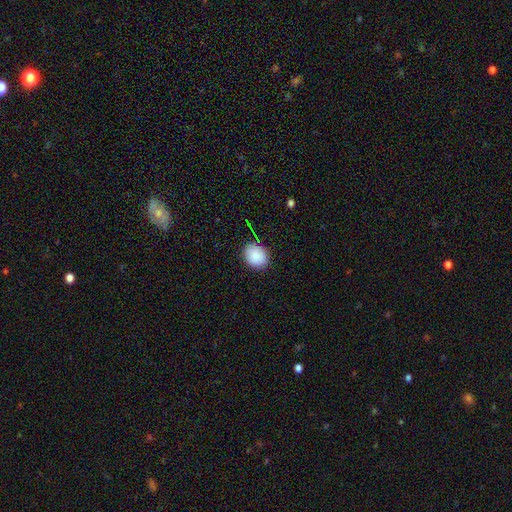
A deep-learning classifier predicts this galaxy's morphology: A smooth galaxy with no disk features (87%) that is round (58%). Merging: none (83%).